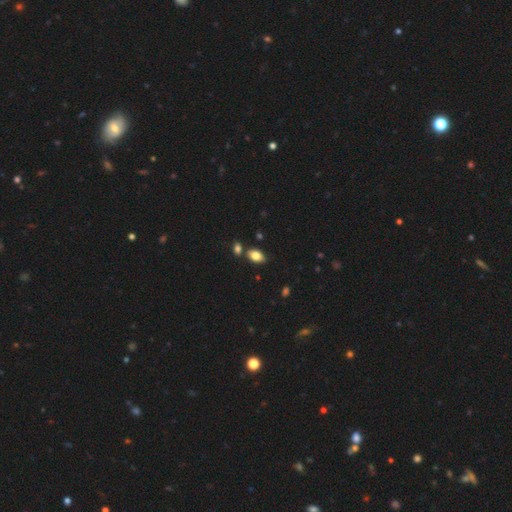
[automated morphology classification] Smooth or featured: smooth — 82% (featured or disk — 9%)
How rounded: in between — 89% (round — 9%)
Merging: none — 70% (minor disturbance — 14%)